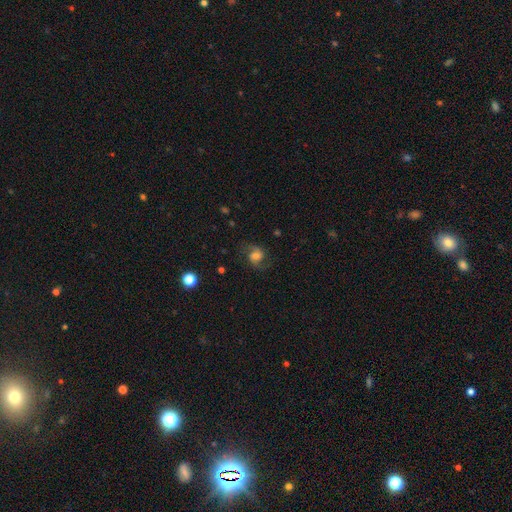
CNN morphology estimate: featured or disk 72%, smooth 17%, star or artifact 10%. Down the decision tree: edge-on disk — no (98%); bar — no (52%); spiral arms — yes (95%); spiral arm count — 2 (92%); spiral winding — medium (47%); bulge size — moderate (46%); merging — none (78%).